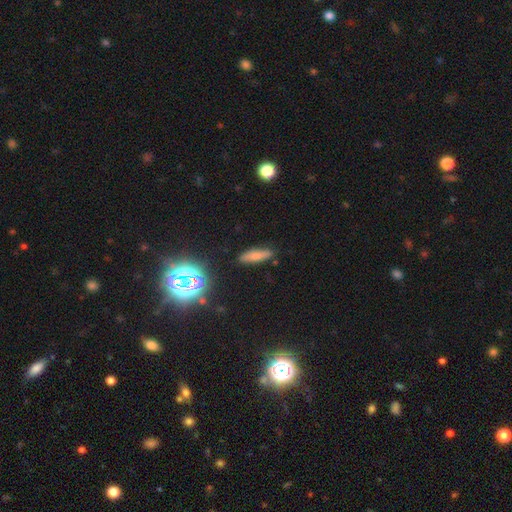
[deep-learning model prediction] The model was most divided on "how rounded": cigar-shaped: 63%, in between: 34%, round: 3%. More confident: merging — none (84%); smooth or featured — smooth (68%).